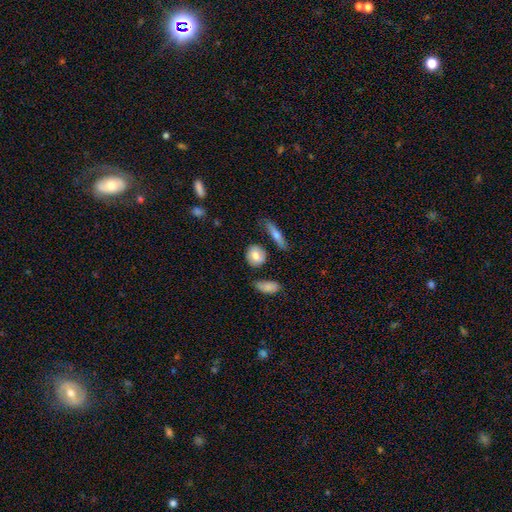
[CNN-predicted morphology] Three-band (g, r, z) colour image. It shows a smooth galaxy with no disk features (74%) that is round (66%). Merging: none (75%).